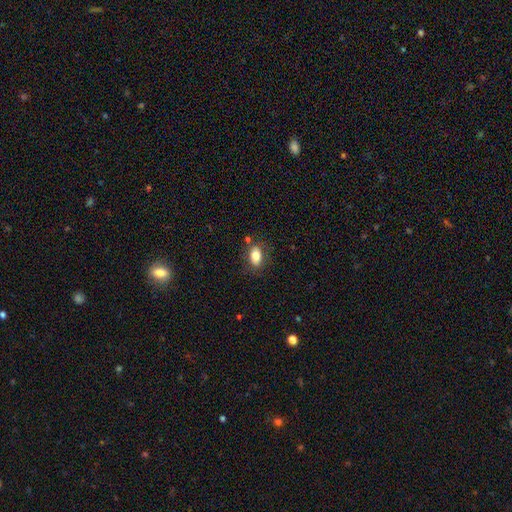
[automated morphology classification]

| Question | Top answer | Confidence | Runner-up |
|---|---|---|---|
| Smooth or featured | smooth | 80% | featured or disk (12%) |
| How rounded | in between | 86% | round (11%) |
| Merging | none | 78% | minor disturbance (14%) |